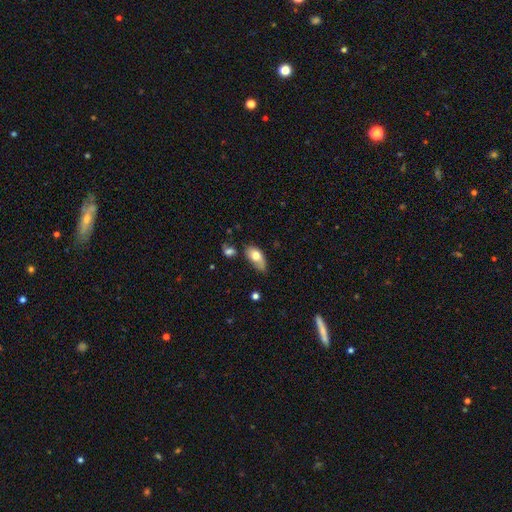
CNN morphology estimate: This is likely a smooth galaxy (70%). How rounded: clearly in between (89%). Merging: marginally none (36%, tied with minor disturbance).